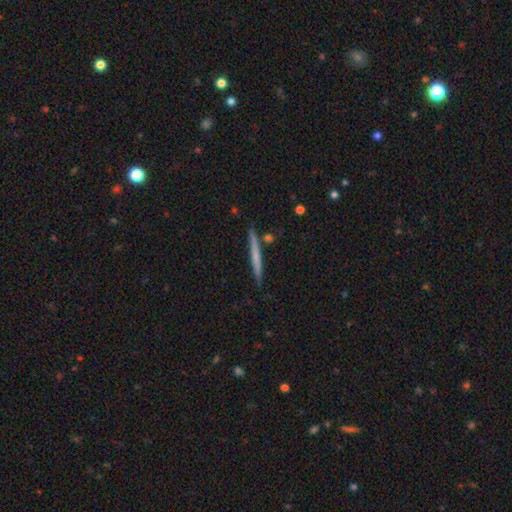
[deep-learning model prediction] Smooth or featured?
  - smooth: 52% *
  - featured or disk: 42%
  - star or artifact: 6%
How rounded?
  - cigar-shaped: 97% *
  - in between: 2%
  - round: 2%
Merging?
  - none: 88% *
  - minor disturbance: 8%
  - merger: 3%
  - major disturbance: 2%